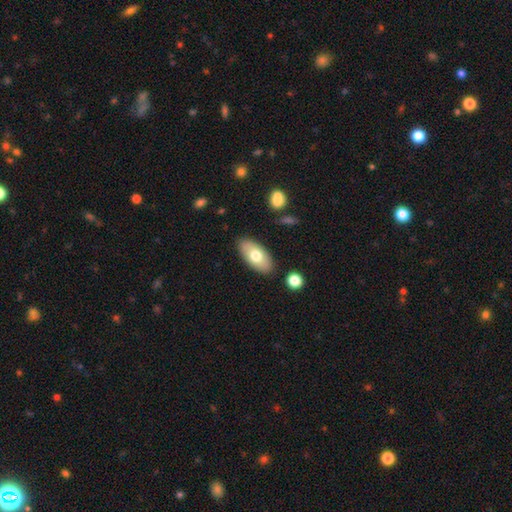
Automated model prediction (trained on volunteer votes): Smooth or featured? smooth (70%)
How rounded? in between (91%)
Merging? none (86%)